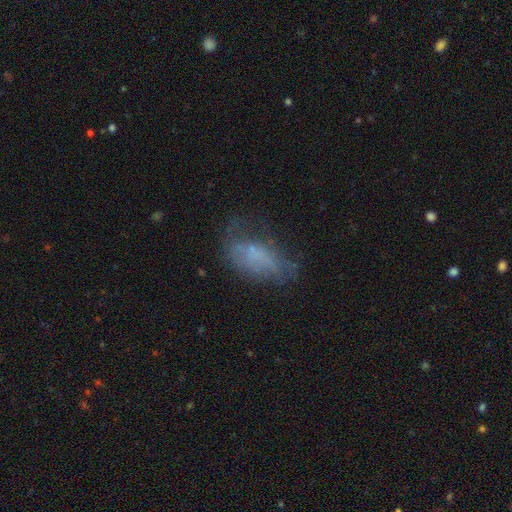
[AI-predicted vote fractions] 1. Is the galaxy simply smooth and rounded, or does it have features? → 50% smooth, 35% featured or disk, 15% star or artifact.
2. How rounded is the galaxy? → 87% in between, 7% cigar-shaped, 5% round.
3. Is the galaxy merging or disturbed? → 41% none, 29% major disturbance, 26% minor disturbance, 3% merger.